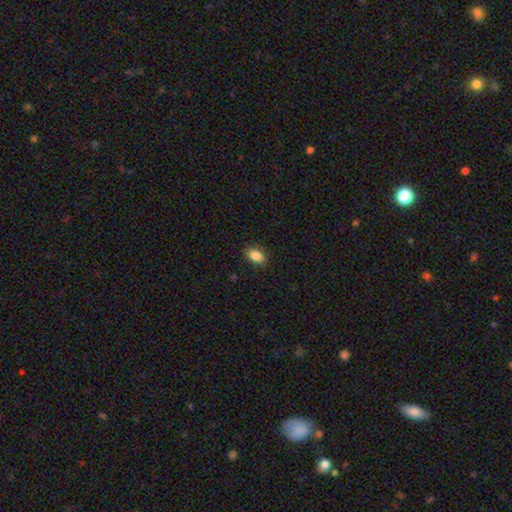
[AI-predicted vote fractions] This is clearly a smooth galaxy (87%). How rounded: clearly in between (84%). Merging: clearly none (88%).